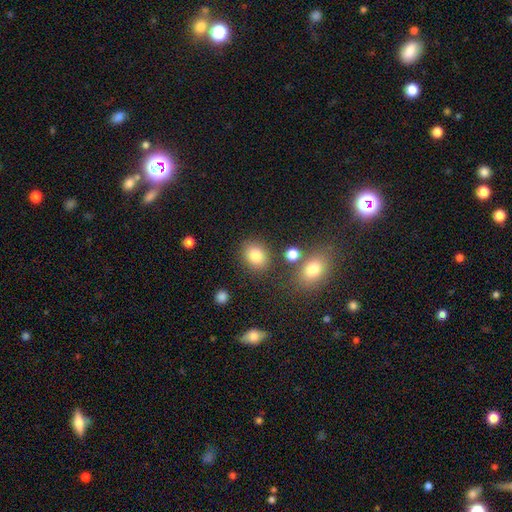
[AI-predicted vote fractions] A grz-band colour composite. It shows a smooth galaxy with no disk features (82%) that is in between round and cigar-shaped (51%). Merging: none (79%).